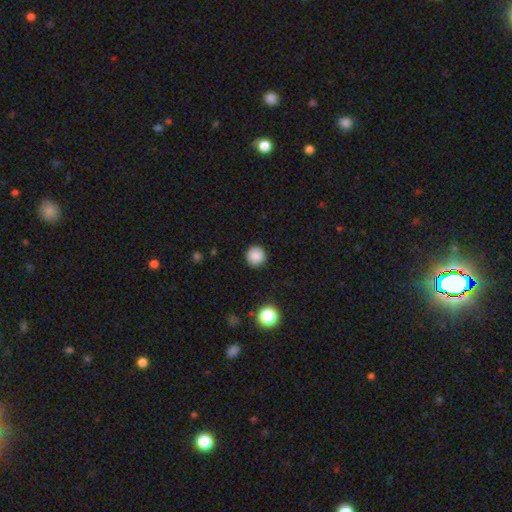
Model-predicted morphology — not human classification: Smooth or featured? smooth (86%)
How rounded? round (95%)
Merging? none (91%)